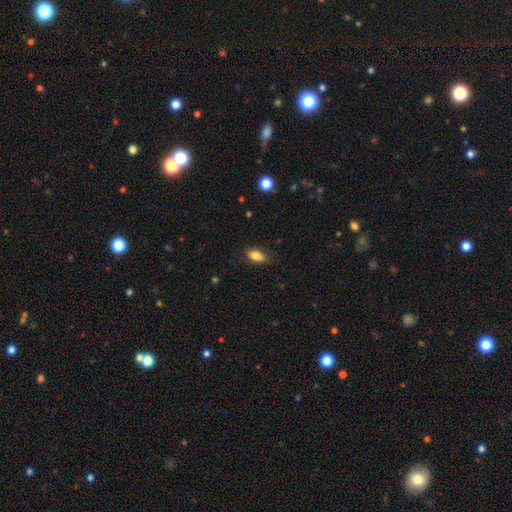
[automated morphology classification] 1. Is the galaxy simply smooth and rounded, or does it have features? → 81% smooth, 11% featured or disk, 8% star or artifact.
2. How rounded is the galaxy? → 89% in between, 6% round, 5% cigar-shaped.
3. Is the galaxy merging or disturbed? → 83% none, 13% minor disturbance, 3% major disturbance, 1% merger.